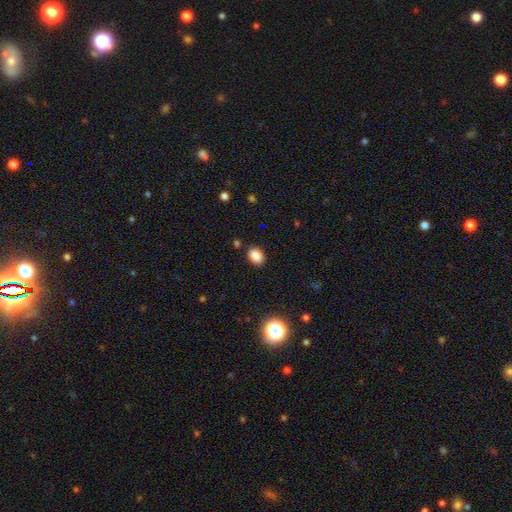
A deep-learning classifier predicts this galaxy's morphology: Smooth or featured? Predicted: smooth (p=0.85). How rounded? Predicted: in between (p=0.74). Merging? Predicted: none (p=0.86).